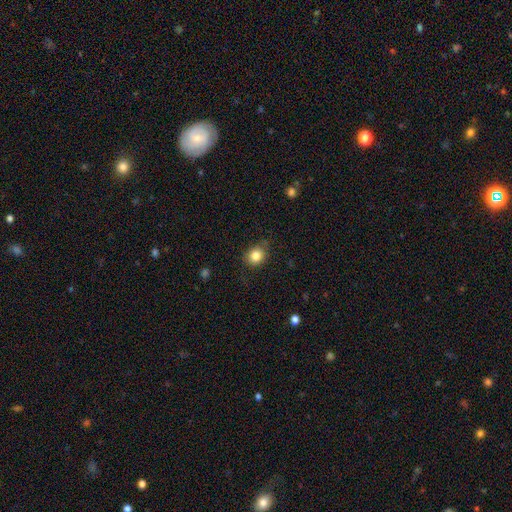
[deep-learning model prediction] Morphology: type=smooth (84%); roundness=round (70%); merging=none (79%).